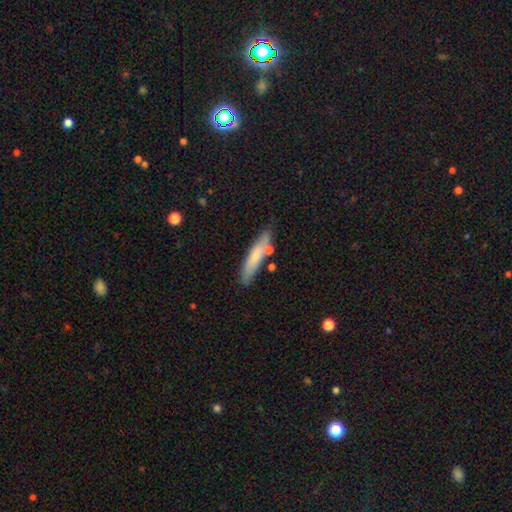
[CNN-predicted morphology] This is likely a smooth galaxy (70%). How rounded: clearly cigar-shaped (84%). Merging: likely none (74%).